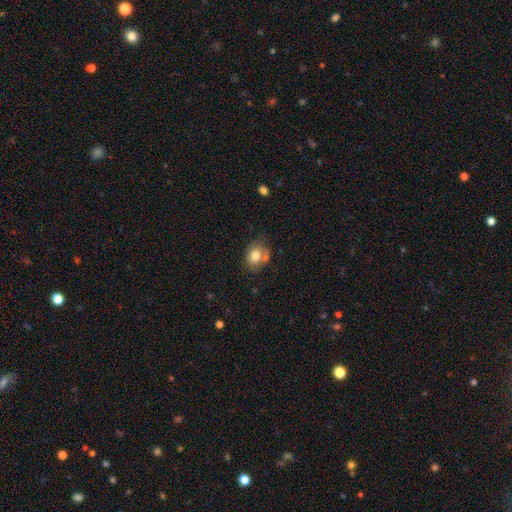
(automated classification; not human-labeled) Smooth or featured?
  - smooth: 76% *
  - featured or disk: 15%
  - star or artifact: 9%
How rounded?
  - in between: 62% *
  - round: 37%
  - cigar-shaped: 1%
Merging?
  - none: 56% *
  - minor disturbance: 20%
  - merger: 19%
  - major disturbance: 6%